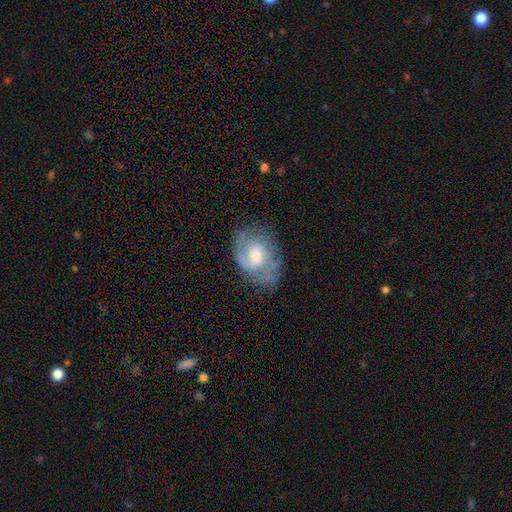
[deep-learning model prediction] smooth-or-featured: featured or disk: 75% | smooth: 18% | star or artifact: 7%
  disk-edge-on: no: 97% | yes: 3%
    bar: weak: 47% | no: 46% | strong: 7%
    has-spiral-arms: yes: 90% | no: 10%
      spiral-winding: medium: 46% | tight: 33% | loose: 21%
      spiral-arm-count: 2: 57% | can't tell: 22% | 3: 10% | 1: 7% | 4: 3% | more than 4: 2%
    bulge-size: moderate: 62% | small: 25% | large: 9% | none: 3% | dominant: 1%
  merging: none: 63% | minor disturbance: 24% | major disturbance: 12% | merger: 2%